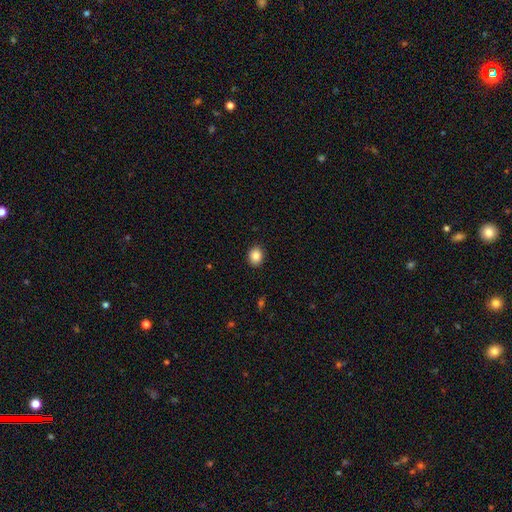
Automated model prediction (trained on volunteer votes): A smooth galaxy with no disk features (86%) that is round (55%).

Vote fractions:
- Smooth or featured? smooth: 86% / star or artifact: 9% / featured or disk: 5%
- How rounded? round: 55% / in between: 44% / cigar-shaped: 1%
- Merging? none: 91% / minor disturbance: 7% / major disturbance: 2% / merger: 1%